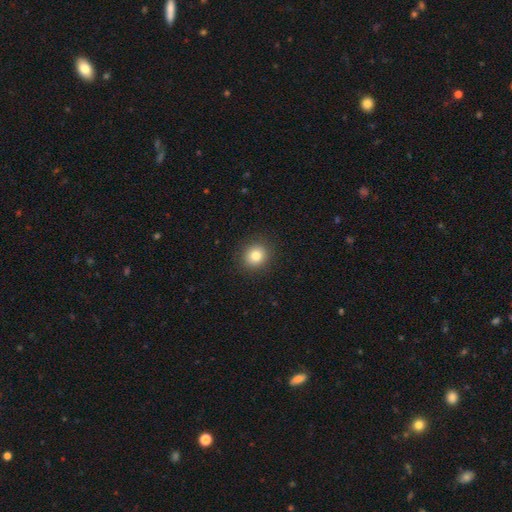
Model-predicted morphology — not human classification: type=smooth (81%); roundness=round (83%); merging=none (90%).